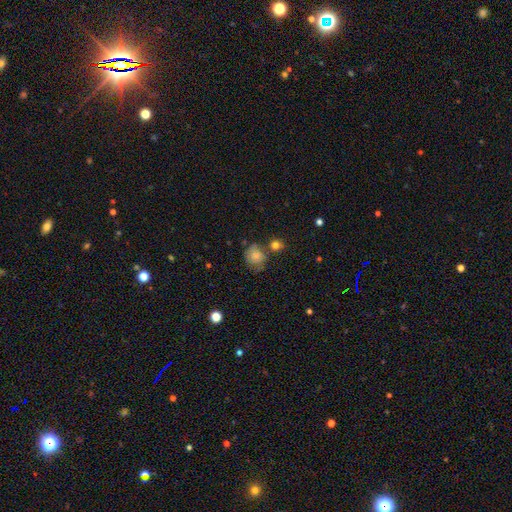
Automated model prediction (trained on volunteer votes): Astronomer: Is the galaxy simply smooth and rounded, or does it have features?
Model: smooth — 72%.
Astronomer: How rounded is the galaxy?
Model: round — 73%.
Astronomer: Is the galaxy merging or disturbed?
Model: none — 55%.